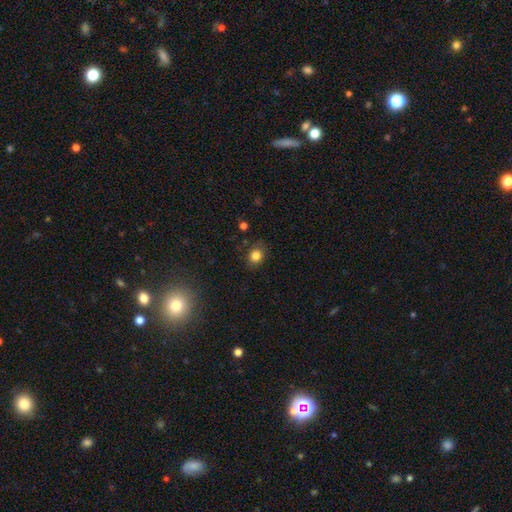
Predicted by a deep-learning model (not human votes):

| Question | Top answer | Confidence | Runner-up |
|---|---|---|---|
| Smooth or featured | smooth | 82% | star or artifact (11%) |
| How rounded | round | 55% | in between (44%) |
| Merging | none | 78% | minor disturbance (16%) |